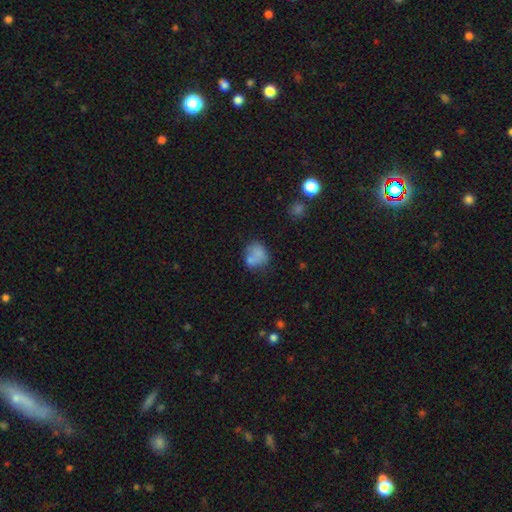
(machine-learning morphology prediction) Overall: smooth (72%). How rounded: round (64%; in between 35%). Merging: none (48%; minor disturbance 21%).